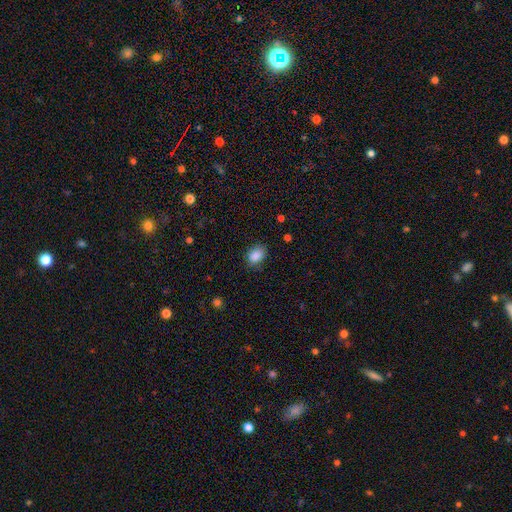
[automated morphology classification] smooth_or_featured: smooth (p=0.88) [alt: star or artifact p=0.08]
how_rounded: in between (p=0.76) [alt: round p=0.23]
merging: none (p=0.77) [alt: minor disturbance p=0.17]